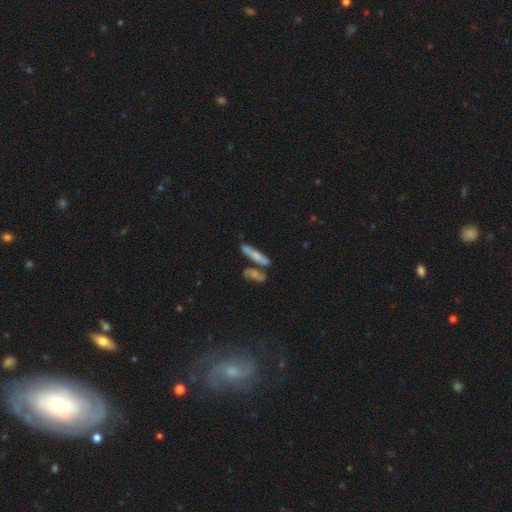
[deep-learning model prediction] Overall: smooth (57%; featured or disk 34%). How rounded: cigar-shaped (79%). Merging: none (55%; merger 26%).